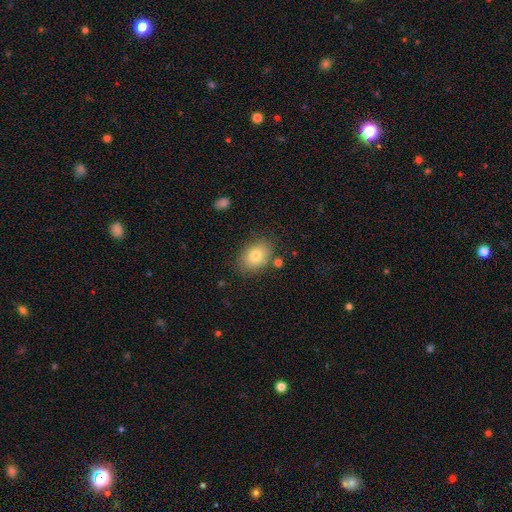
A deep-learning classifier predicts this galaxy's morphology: Q: Smooth or featured?
A: smooth (77%); runner-up: featured or disk (14%)
Q: How rounded?
A: in between (78%); runner-up: round (21%)
Q: Merging?
A: none (79%); runner-up: minor disturbance (14%)